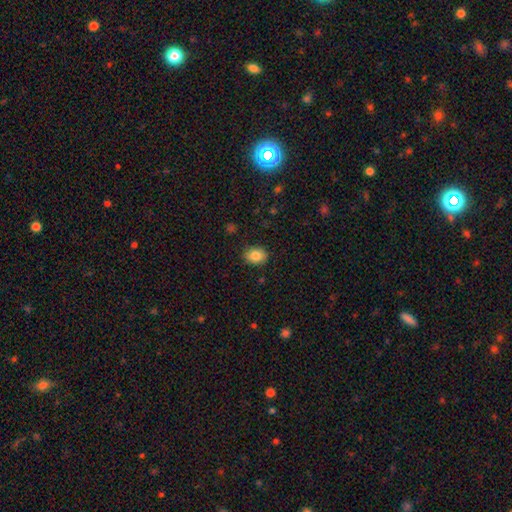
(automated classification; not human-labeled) Smooth or featured? Predicted: smooth (p=0.84). How rounded? Predicted: in between (p=0.59). Merging? Predicted: none (p=0.86).